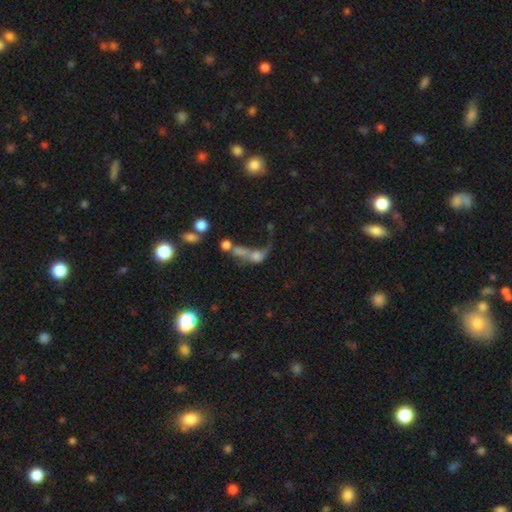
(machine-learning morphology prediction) type=smooth (45%); merging=merger (47%).